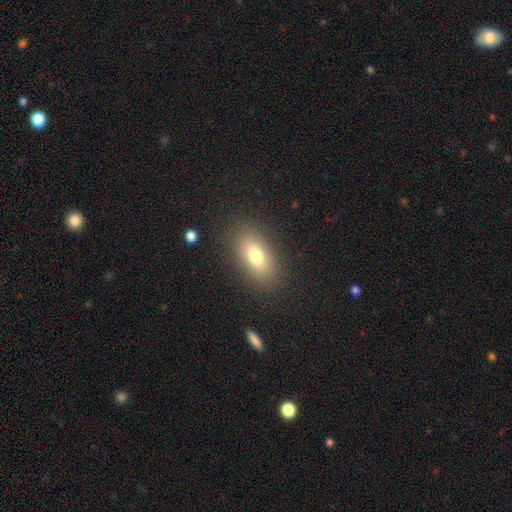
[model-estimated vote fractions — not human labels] Smooth or featured? smooth (76%)
How rounded? in between (87%)
Merging? none (86%)